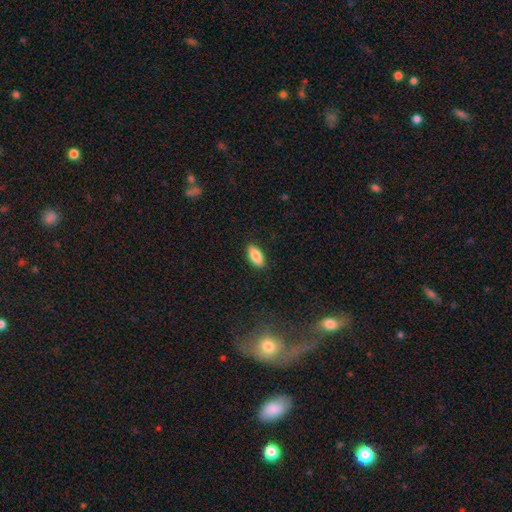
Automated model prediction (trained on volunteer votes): Smooth or featured? smooth (83%)
How rounded? in between (84%)
Merging? none (88%)